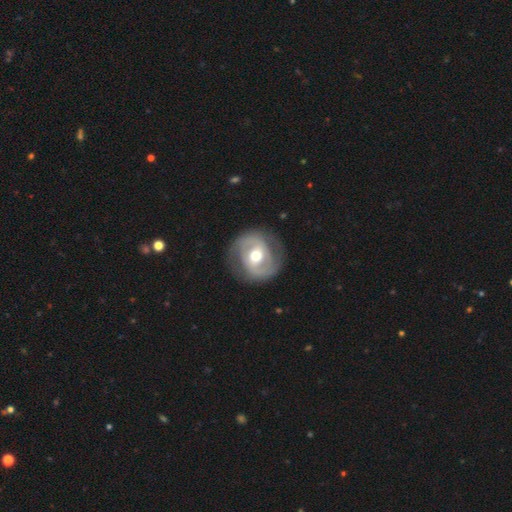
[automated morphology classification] The model was most divided on "bar": weak: 39%, no: 36%, strong: 25%. Remaining: edge-on disk — no (97%); spiral arm count — 2 (83%); merging — none (78%); bulge size — moderate (76%); smooth or featured — featured or disk (73%); spiral arms — yes (72%); spiral winding — medium (42%).